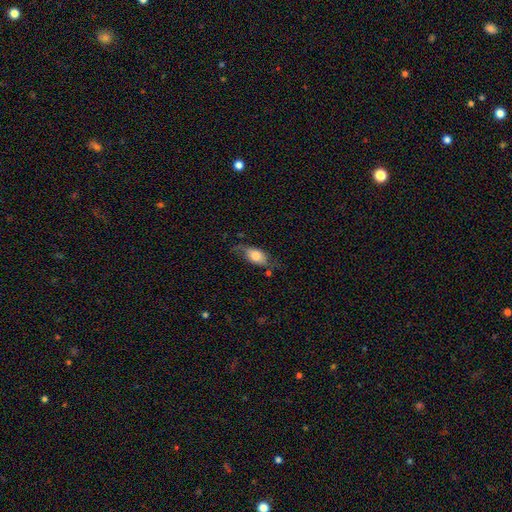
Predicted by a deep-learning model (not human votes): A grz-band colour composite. It shows a smooth galaxy with no disk features (64%) that is in between round and cigar-shaped (84%). Merging: none (53%).